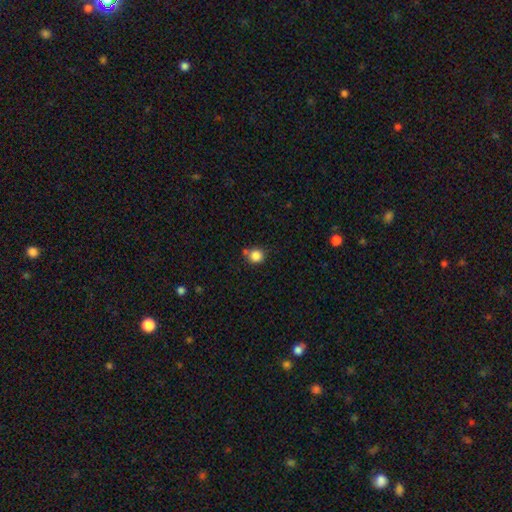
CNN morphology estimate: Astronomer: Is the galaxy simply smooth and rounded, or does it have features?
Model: smooth — 85%.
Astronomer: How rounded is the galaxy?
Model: round — 89%.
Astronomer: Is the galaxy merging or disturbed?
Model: none — 68%.